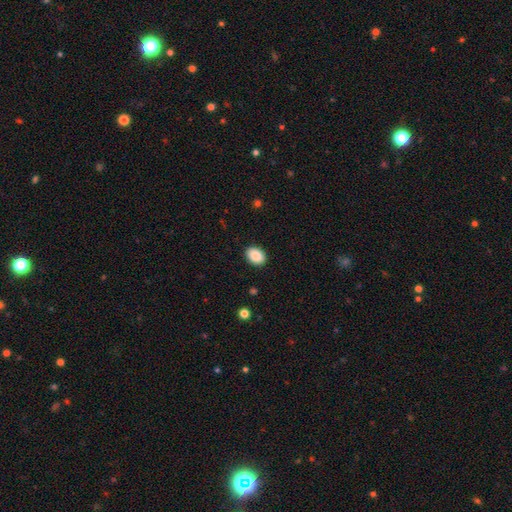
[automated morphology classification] Smooth or featured? Predicted: smooth (p=0.89). How rounded? Predicted: in between (p=0.73). Merging? Predicted: none (p=0.90).